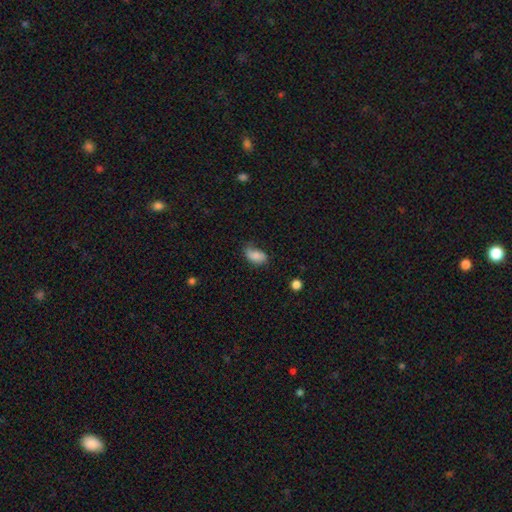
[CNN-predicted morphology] A smooth galaxy with no disk features (79%) that is in between round and cigar-shaped (91%). Merging: none (46%).